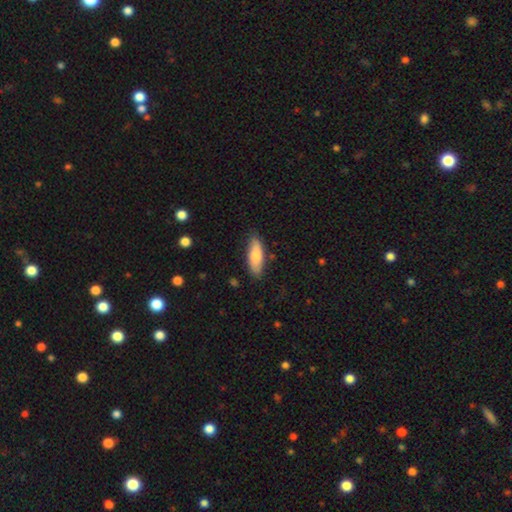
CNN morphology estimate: Smooth or featured: smooth — 78% (featured or disk — 16%)
How rounded: in between — 64% (cigar-shaped — 34%)
Merging: none — 81% (minor disturbance — 15%)